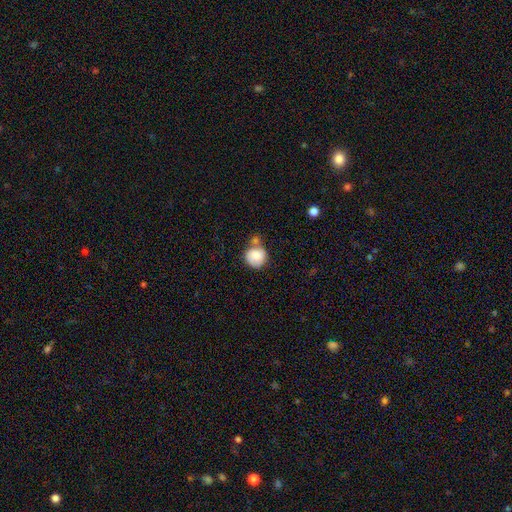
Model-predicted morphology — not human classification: type=smooth (75%); roundness=round (86%); merging=none (42%).